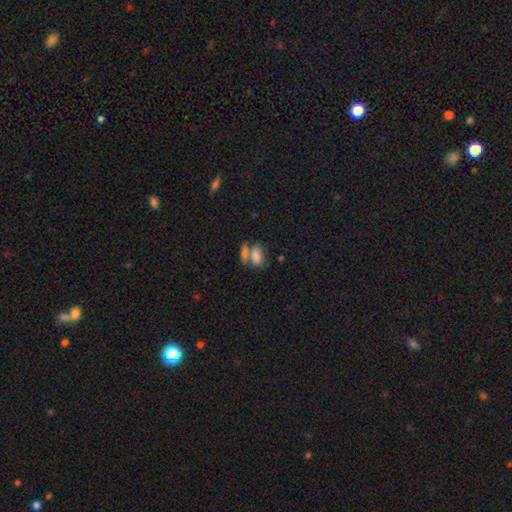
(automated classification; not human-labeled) Smooth or featured? Predicted: smooth (p=0.81). How rounded? Predicted: in between (p=0.87). Merging? Predicted: merger (p=0.47).